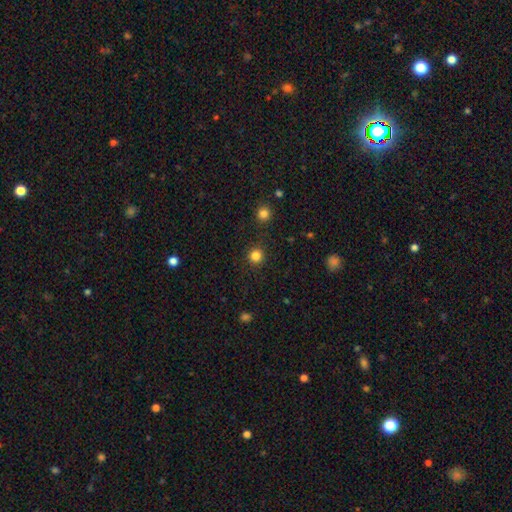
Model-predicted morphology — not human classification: smooth-or-featured: smooth: 83% | star or artifact: 13% | featured or disk: 4%
  how-rounded: round: 95% | in between: 4% | cigar-shaped: 1%
  merging: none: 91% | minor disturbance: 5% | major disturbance: 2% | merger: 2%